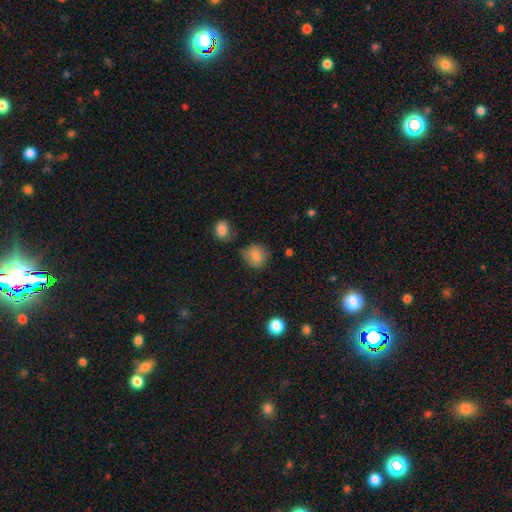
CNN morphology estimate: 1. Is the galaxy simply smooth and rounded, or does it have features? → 83% smooth, 10% star or artifact, 7% featured or disk.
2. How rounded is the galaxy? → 69% round, 30% in between, 1% cigar-shaped.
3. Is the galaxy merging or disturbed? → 65% none, 22% minor disturbance, 7% major disturbance, 6% merger.